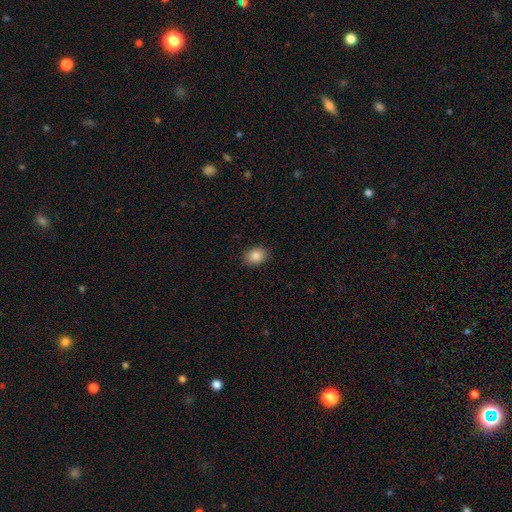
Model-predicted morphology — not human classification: Q: Smooth or featured?
A: smooth (87%); runner-up: star or artifact (9%)
Q: How rounded?
A: in between (59%); runner-up: round (40%)
Q: Merging?
A: none (89%); runner-up: minor disturbance (8%)